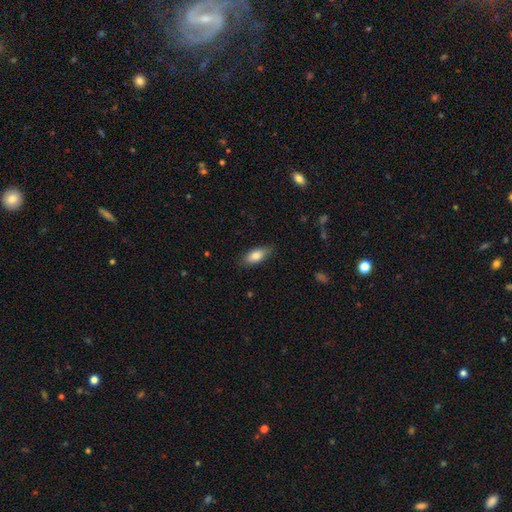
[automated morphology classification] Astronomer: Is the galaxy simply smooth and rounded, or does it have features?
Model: smooth — 83%.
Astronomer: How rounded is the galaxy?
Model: in between — 82%.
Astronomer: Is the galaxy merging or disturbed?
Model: none — 84%.